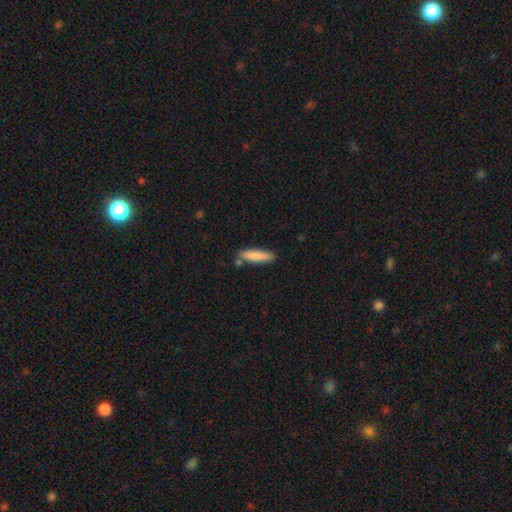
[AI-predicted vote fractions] Morphology: type=smooth (84%); roundness=cigar-shaped (74%); merging=none (80%).